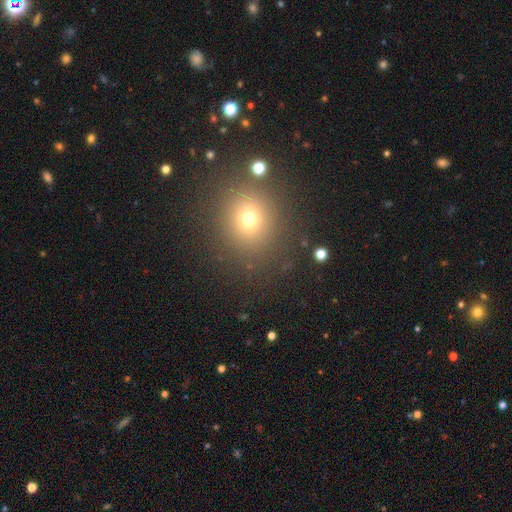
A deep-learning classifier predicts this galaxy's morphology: Overall: smooth (59%; star or artifact 33%). How rounded: round (79%). Merging: none (89%).